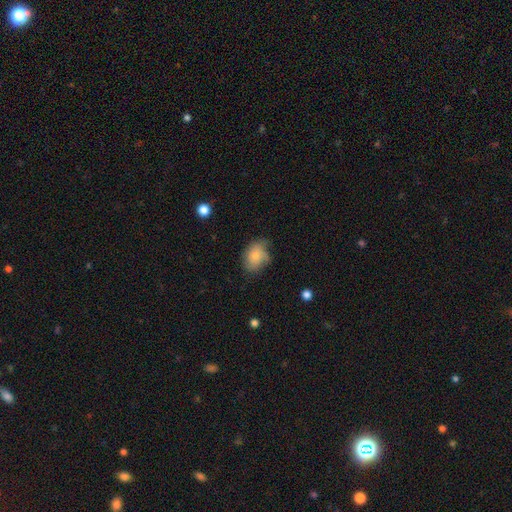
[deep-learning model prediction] smooth-or-featured: smooth: 78% | featured or disk: 15% | star or artifact: 8%
  how-rounded: in between: 69% | round: 30% | cigar-shaped: 1%
  merging: none: 54% | minor disturbance: 33% | major disturbance: 11% | merger: 2%